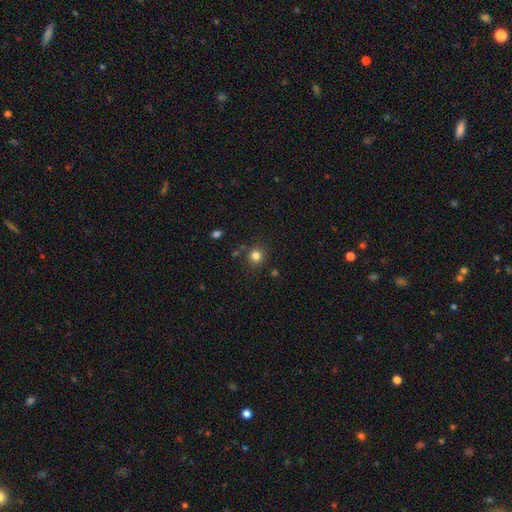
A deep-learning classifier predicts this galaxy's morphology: Smooth or featured?
  - smooth: 81% *
  - star or artifact: 14%
  - featured or disk: 6%
How rounded?
  - round: 88% *
  - in between: 11%
  - cigar-shaped: 1%
Merging?
  - none: 83% *
  - minor disturbance: 9%
  - merger: 4%
  - major disturbance: 3%